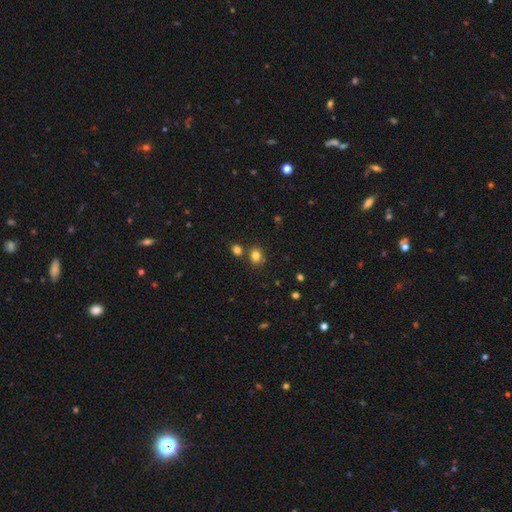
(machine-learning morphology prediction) Q: Smooth or featured?
A: smooth (81%); runner-up: star or artifact (13%)
Q: How rounded?
A: round (55%); runner-up: in between (44%)
Q: Merging?
A: none (71%); runner-up: merger (15%)